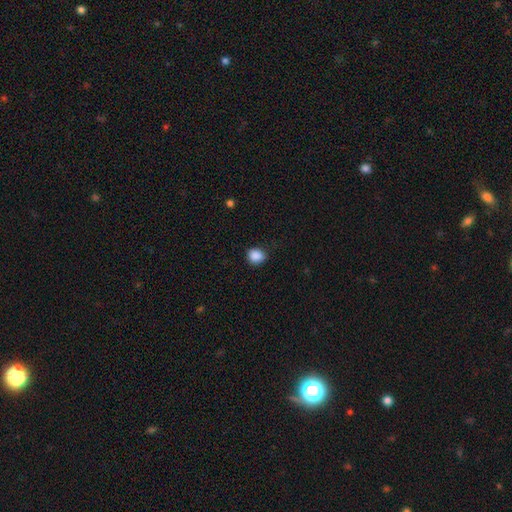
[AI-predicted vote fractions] Q: Smooth or featured?
A: smooth (88%); runner-up: star or artifact (9%)
Q: How rounded?
A: round (70%); runner-up: in between (29%)
Q: Merging?
A: none (81%); runner-up: minor disturbance (15%)